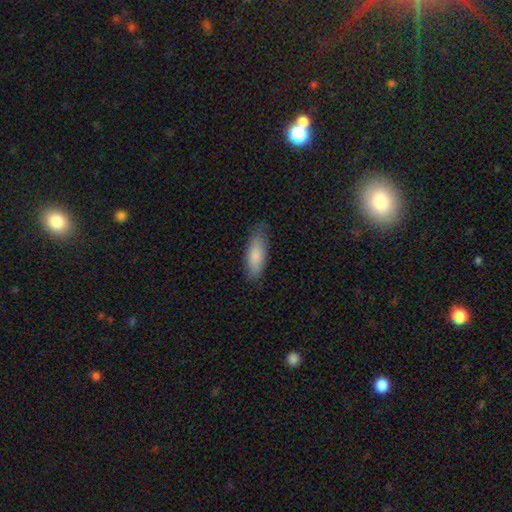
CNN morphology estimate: type=smooth (81%); roundness=in between (62%); merging=none (73%).